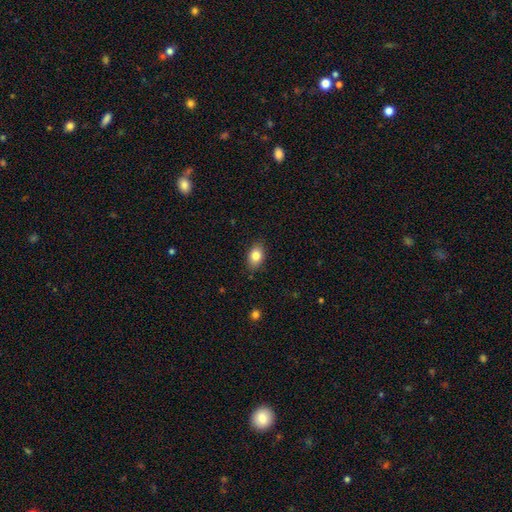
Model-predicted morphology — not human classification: type=smooth (82%); roundness=in between (83%); merging=none (85%).